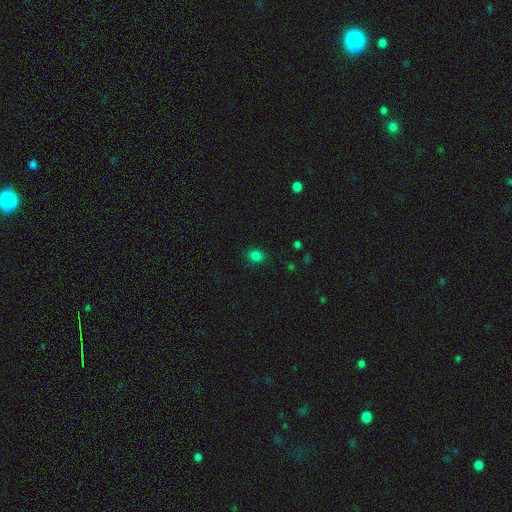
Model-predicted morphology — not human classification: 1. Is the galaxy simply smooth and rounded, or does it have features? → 80% smooth, 16% star or artifact, 4% featured or disk.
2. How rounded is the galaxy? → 62% round, 37% in between, 1% cigar-shaped.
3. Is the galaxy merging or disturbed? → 84% none, 12% minor disturbance, 3% major disturbance, 1% merger.